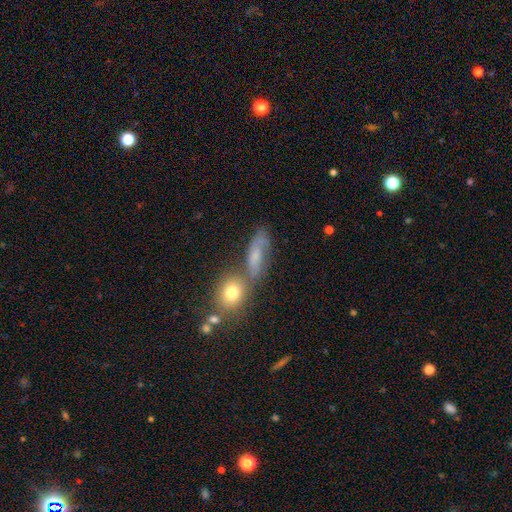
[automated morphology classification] This is possibly a smooth galaxy (49%). Merging: possibly none (51%).